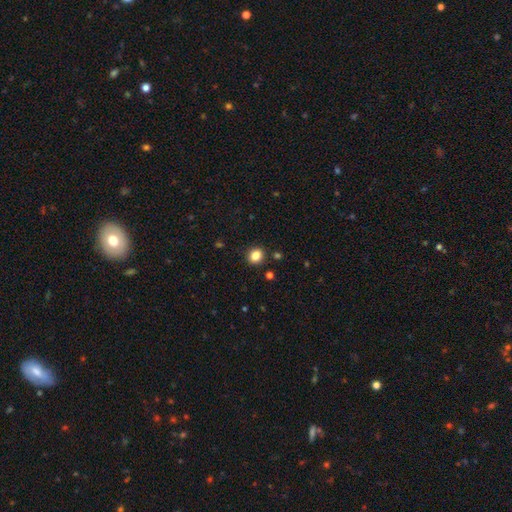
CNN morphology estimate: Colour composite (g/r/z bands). It shows a smooth galaxy with no disk features (84%) that is round (71%). Merging: none (89%).